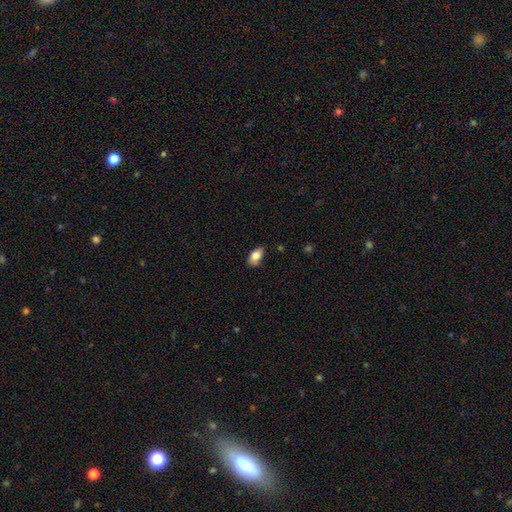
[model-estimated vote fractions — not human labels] Smooth or featured? smooth (84%)
How rounded? in between (91%)
Merging? none (76%)